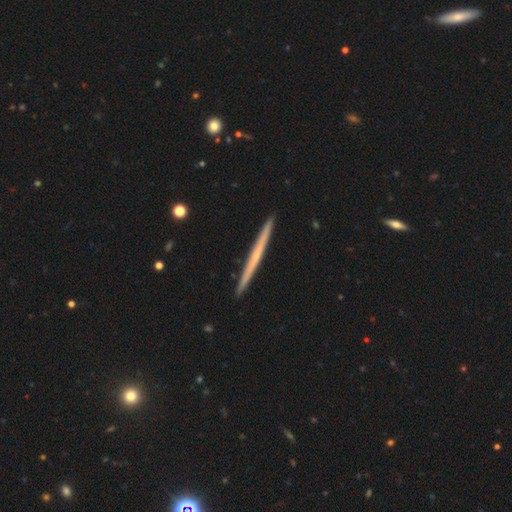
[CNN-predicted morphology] smooth_or_featured: featured or disk (p=0.64) [alt: smooth p=0.31]
disk_edge_on: yes (p=0.98) [alt: no p=0.02]
edge_on_bulge: none (p=0.73) [alt: rounded p=0.23]
merging: none (p=0.93) [alt: minor disturbance p=0.05]